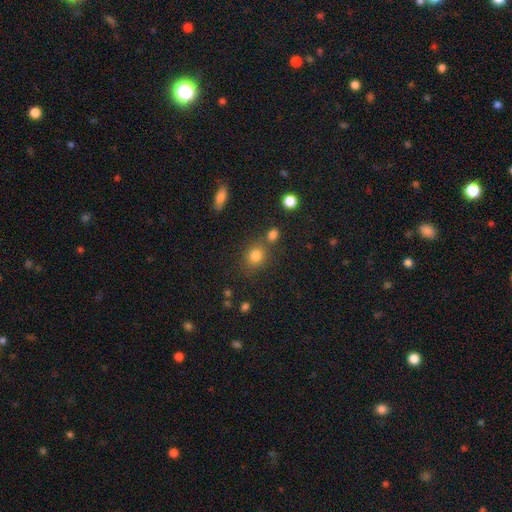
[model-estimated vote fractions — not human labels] A smooth galaxy with no disk features (80%) that is round (70%). Merging: none (69%).